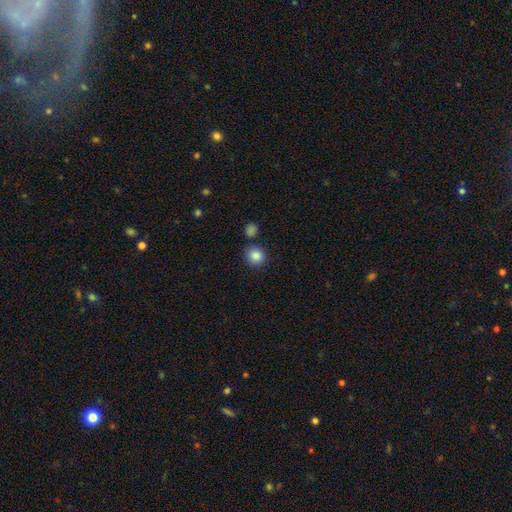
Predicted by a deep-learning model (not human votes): smooth 86%, star or artifact 10%, featured or disk 4%. Down the decision tree: how rounded — round (88%); merging — none (80%).